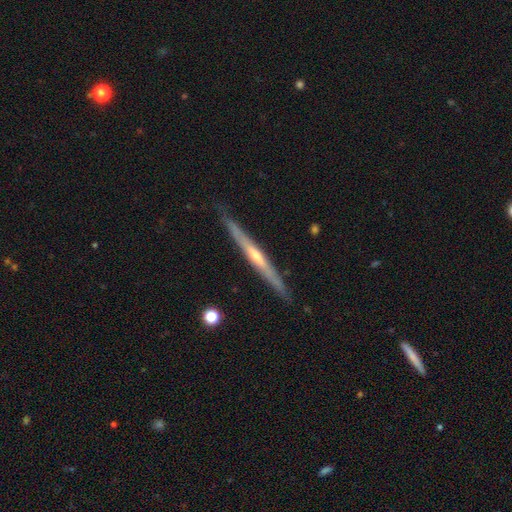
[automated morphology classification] type=featured or disk (72%); edge-on=yes (96%); edge-on bulge=rounded (51%); merging=none (88%).